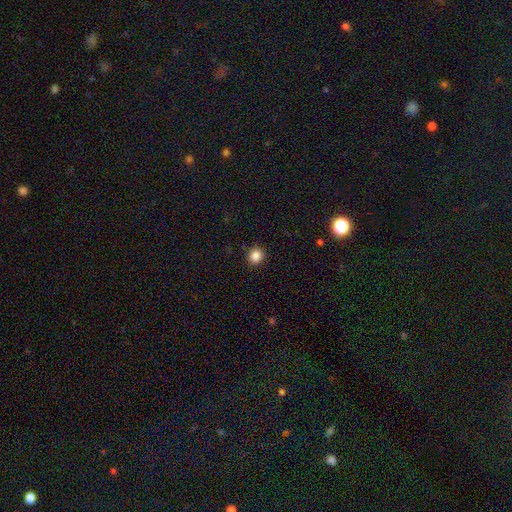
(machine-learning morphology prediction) The model was most divided on "how rounded": round: 85%, in between: 15%, cigar-shaped: 1%. More confident: merging — none (91%); smooth or featured — smooth (86%).